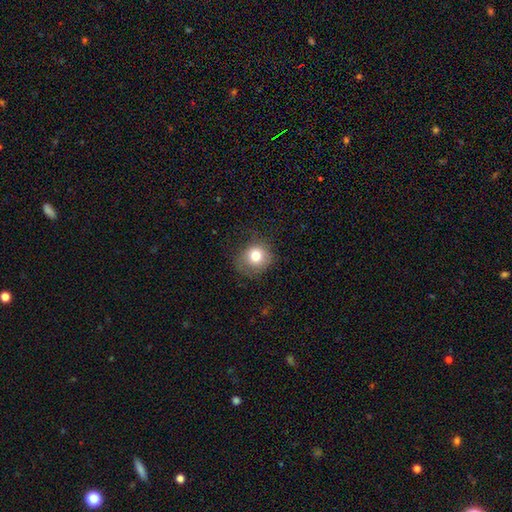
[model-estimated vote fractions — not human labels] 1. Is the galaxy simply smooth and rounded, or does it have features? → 78% smooth, 11% featured or disk, 11% star or artifact.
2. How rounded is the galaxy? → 82% round, 17% in between, 1% cigar-shaped.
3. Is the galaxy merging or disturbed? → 68% none, 22% minor disturbance, 10% major disturbance, 1% merger.